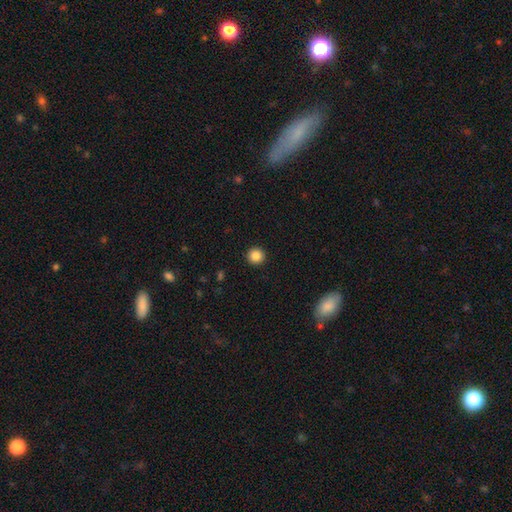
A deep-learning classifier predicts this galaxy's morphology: type=smooth (86%); roundness=round (95%); merging=none (93%).